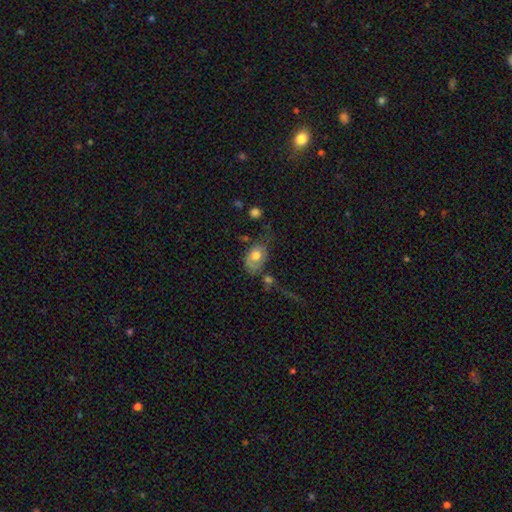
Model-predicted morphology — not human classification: This is likely a smooth galaxy (64%). How rounded: likely in between (77%). Merging: marginally none (36%).